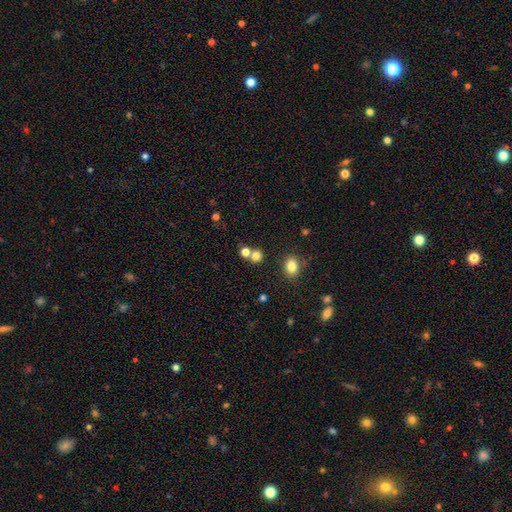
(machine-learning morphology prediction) A smooth galaxy with no disk features (77%) that is round (82%). Merging: none (58%).